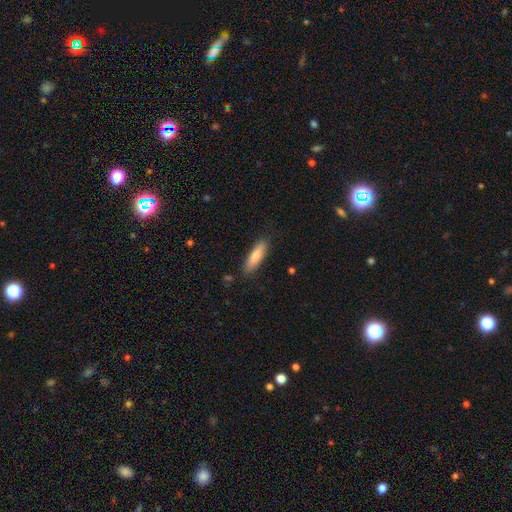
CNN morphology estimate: This appears to be a smooth galaxy with no disk features (80%) that is cigar-shaped (58%). Merging: none (84%).